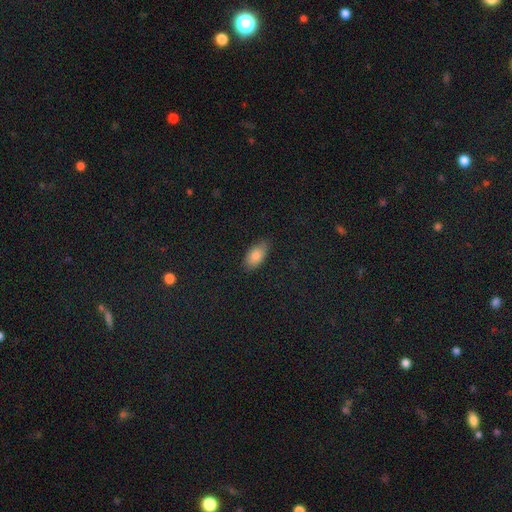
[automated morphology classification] This is clearly a smooth galaxy (82%). How rounded: clearly in between (91%). Merging: clearly none (81%).